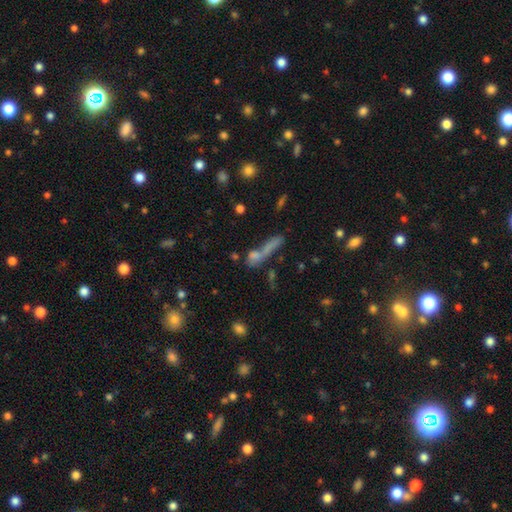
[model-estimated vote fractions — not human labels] This appears to be a smooth galaxy with no disk features (61%) that is cigar-shaped (61%). Merging: merger (41%).